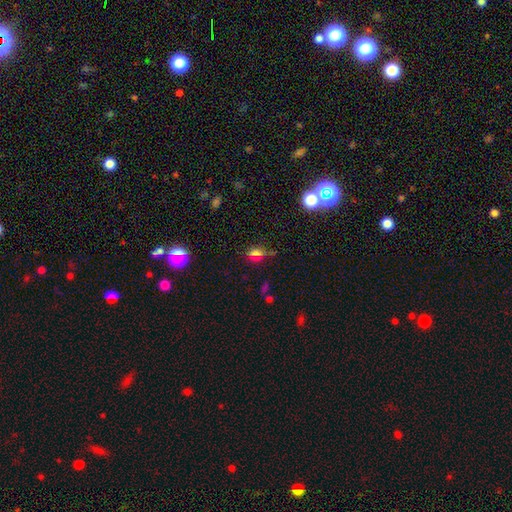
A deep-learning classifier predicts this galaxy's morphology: A smooth galaxy with no disk features (50%) that is in between round and cigar-shaped (49%). Merging: none (71%).